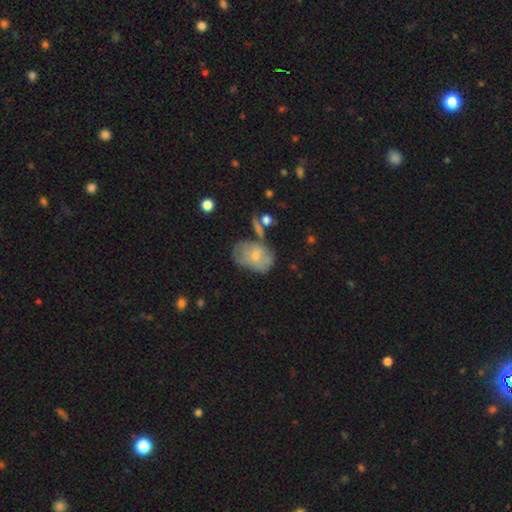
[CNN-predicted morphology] smooth-or-featured: smooth: 57% | featured or disk: 35% | star or artifact: 8%
  how-rounded: in between: 76% | round: 23% | cigar-shaped: 1%
  merging: none: 41% | minor disturbance: 29% | major disturbance: 17% | merger: 13%